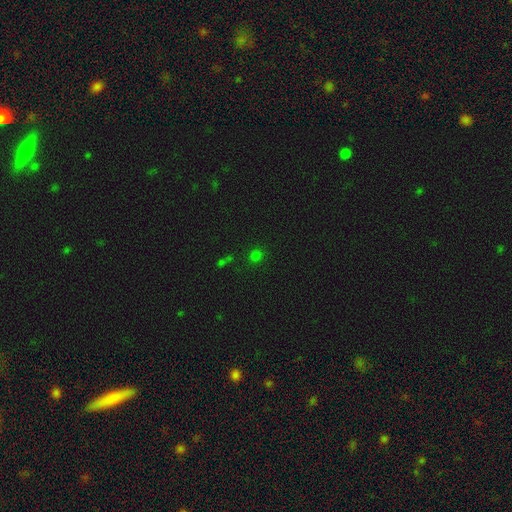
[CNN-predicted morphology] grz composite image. It shows a smooth galaxy with no disk features (68%) that is round (83%). Merging: none (82%).